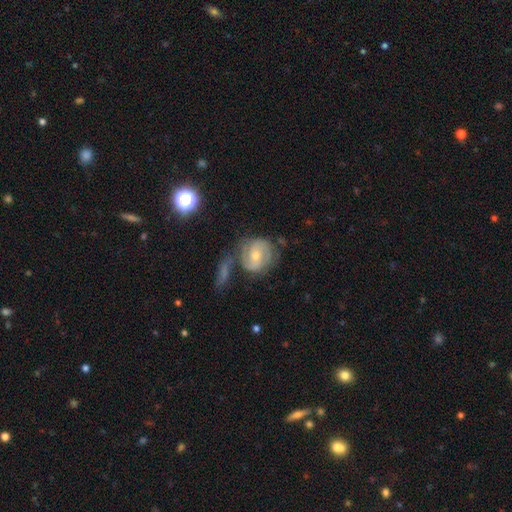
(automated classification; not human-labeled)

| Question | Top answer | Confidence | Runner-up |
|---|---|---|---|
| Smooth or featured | featured or disk | 70% | smooth (23%) |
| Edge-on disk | no | 97% | yes (3%) |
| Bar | no | 52% | weak (36%) |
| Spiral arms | yes | 86% | no (14%) |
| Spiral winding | tight | 46% | medium (38%) |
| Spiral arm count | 2 | 63% | can't tell (21%) |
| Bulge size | moderate | 53% | small (43%) |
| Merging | none | 50% | minor disturbance (21%) |